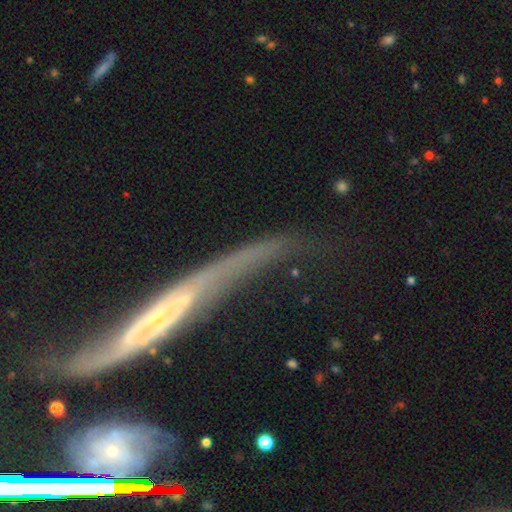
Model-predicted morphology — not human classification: Smooth or featured?
  - featured or disk: 75% *
  - smooth: 16%
  - star or artifact: 10%
Edge-on disk?
  - yes: 53% *
  - no: 47%
Merging?
  - none: 42% *
  - major disturbance: 20%
  - minor disturbance: 20%
  - merger: 17%